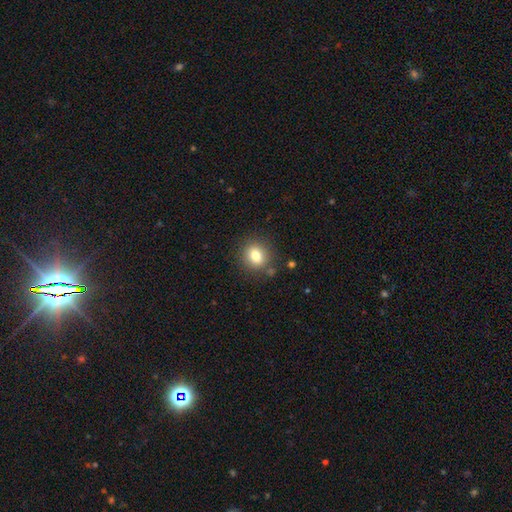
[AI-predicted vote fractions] Morphology: type=smooth (79%); roundness=round (73%); merging=none (83%).